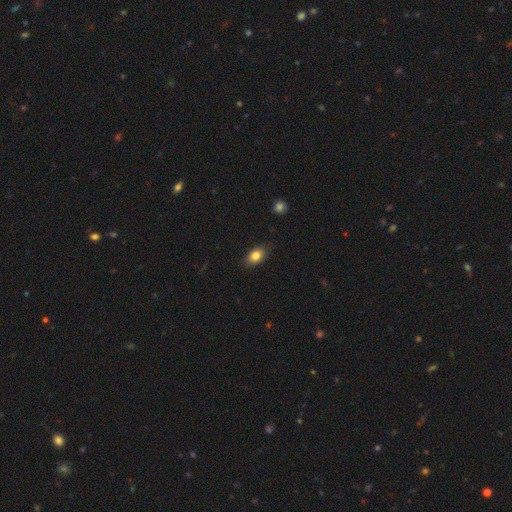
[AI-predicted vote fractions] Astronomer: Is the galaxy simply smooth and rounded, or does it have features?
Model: smooth — 82%.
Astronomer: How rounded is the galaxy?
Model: in between — 83%.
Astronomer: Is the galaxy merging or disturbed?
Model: none — 83%.